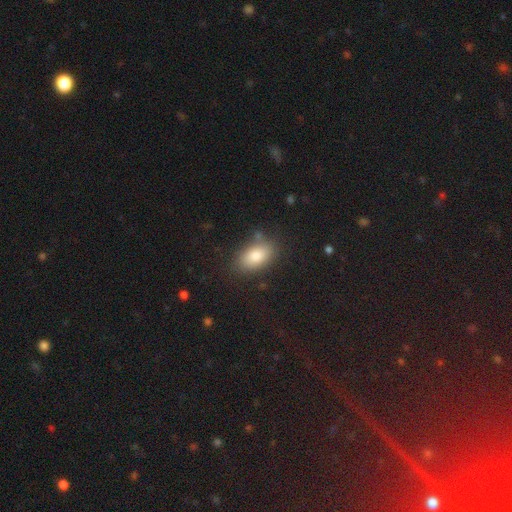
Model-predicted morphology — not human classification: Smooth or featured?
  - smooth: 84% *
  - featured or disk: 8%
  - star or artifact: 8%
How rounded?
  - in between: 91% *
  - round: 5%
  - cigar-shaped: 3%
Merging?
  - none: 80% *
  - minor disturbance: 13%
  - major disturbance: 3%
  - merger: 3%